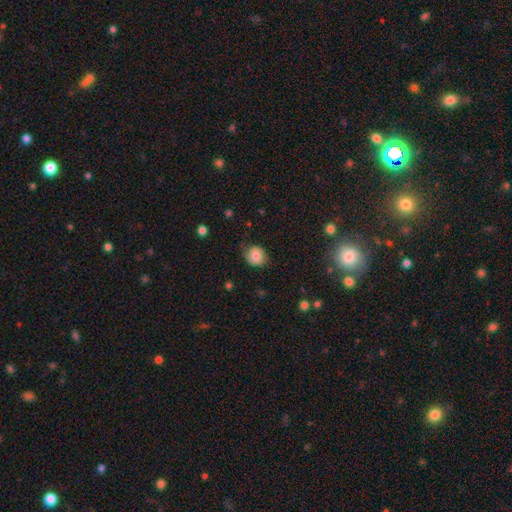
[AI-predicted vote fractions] Smooth or featured?
  - smooth: 76% *
  - featured or disk: 15%
  - star or artifact: 9%
How rounded?
  - round: 74% *
  - in between: 25%
  - cigar-shaped: 1%
Merging?
  - none: 75% *
  - minor disturbance: 20%
  - major disturbance: 5%
  - merger: 1%